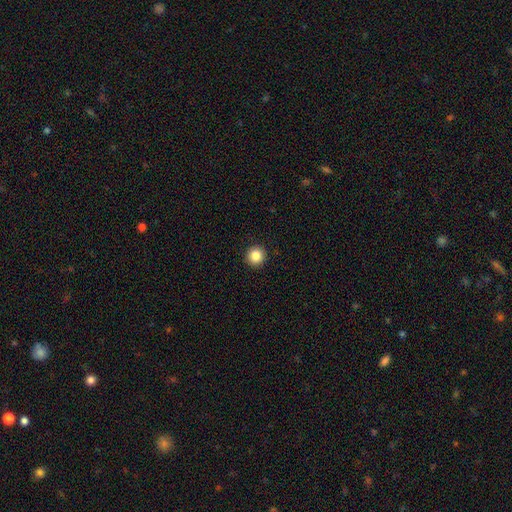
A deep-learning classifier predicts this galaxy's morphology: This is clearly a smooth galaxy (86%). How rounded: clearly round (95%). Merging: clearly none (93%).